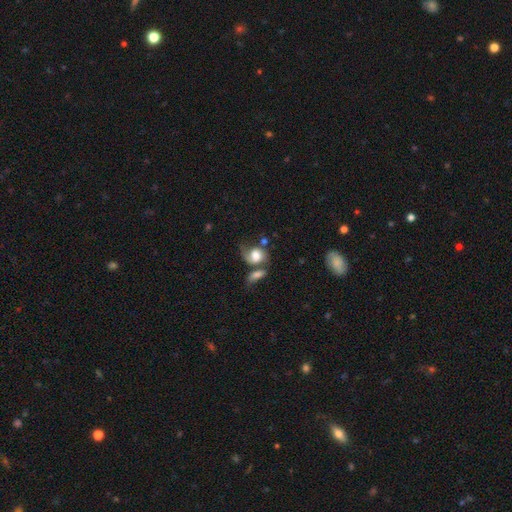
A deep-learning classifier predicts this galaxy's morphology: smooth-or-featured: smooth: 53% | featured or disk: 38% | star or artifact: 9%
  how-rounded: in between: 51% | round: 47% | cigar-shaped: 2%
  merging: merger: 35% | none: 27% | major disturbance: 20% | minor disturbance: 17%